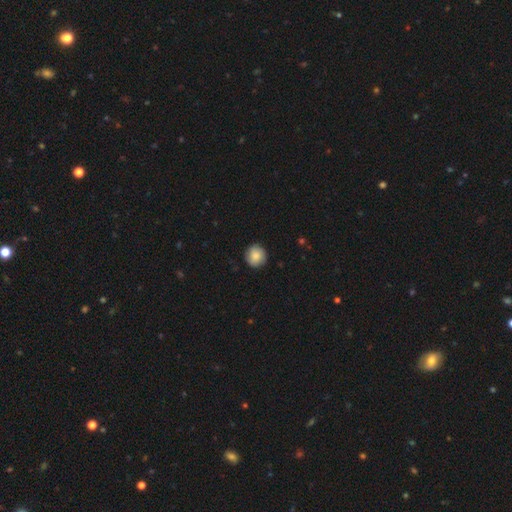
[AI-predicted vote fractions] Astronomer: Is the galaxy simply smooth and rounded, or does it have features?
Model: smooth — 82%.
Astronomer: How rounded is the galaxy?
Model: round — 92%.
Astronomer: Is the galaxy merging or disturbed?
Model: none — 87%.